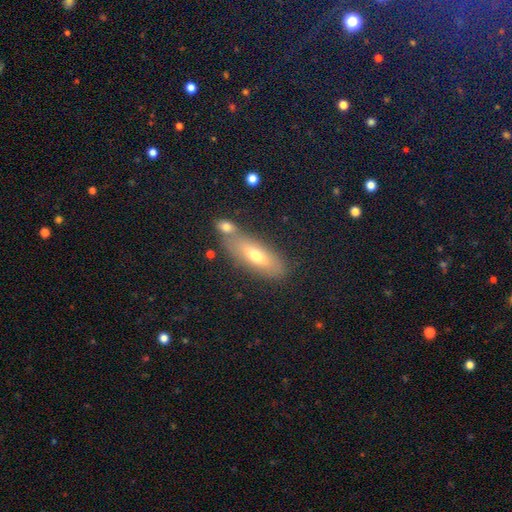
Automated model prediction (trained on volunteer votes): This appears to be a smooth galaxy with no disk features (61%) that is in between round and cigar-shaped (59%). Merging: none (68%).